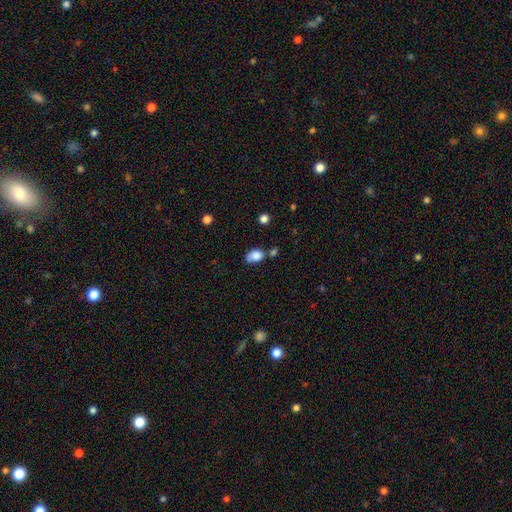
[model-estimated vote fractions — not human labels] Q: Smooth or featured?
A: smooth (85%); runner-up: star or artifact (9%)
Q: How rounded?
A: in between (83%); runner-up: round (16%)
Q: Merging?
A: none (53%); runner-up: minor disturbance (25%)